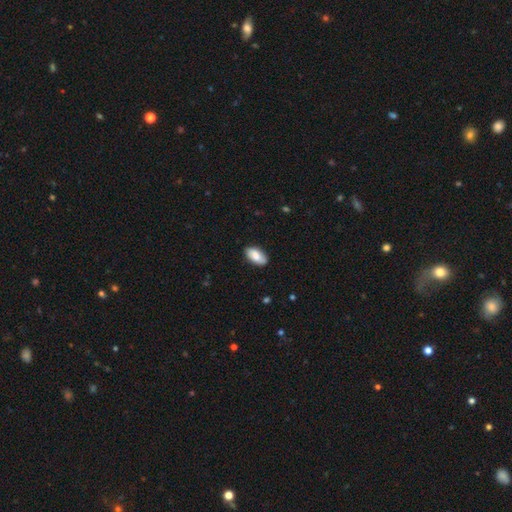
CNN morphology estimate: A smooth galaxy with no disk features (78%) that is in between round and cigar-shaped (93%). Merging: none (84%).